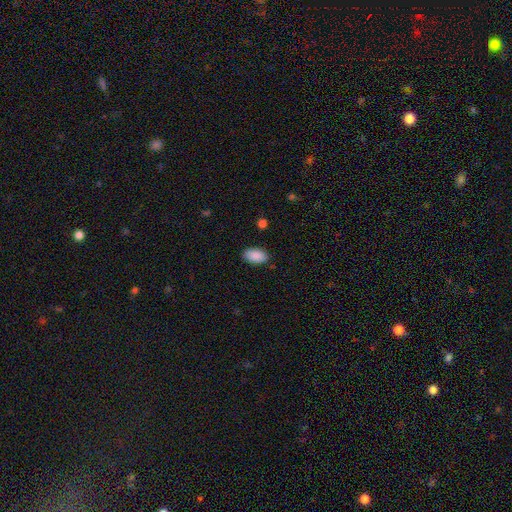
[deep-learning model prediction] The model was most divided on "merging": none: 86%, minor disturbance: 10%, major disturbance: 2%, merger: 1%. More confident: how rounded — in between (94%); smooth or featured — smooth (90%).